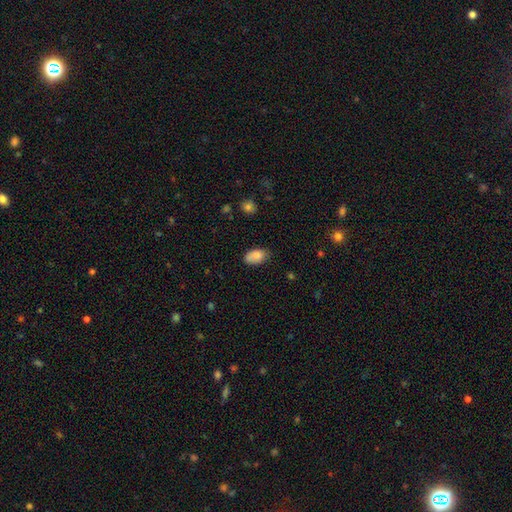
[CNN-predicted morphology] The model was most divided on "merging": none: 71%, minor disturbance: 23%, major disturbance: 4%, merger: 2%. More confident: how rounded — in between (92%); smooth or featured — smooth (86%).